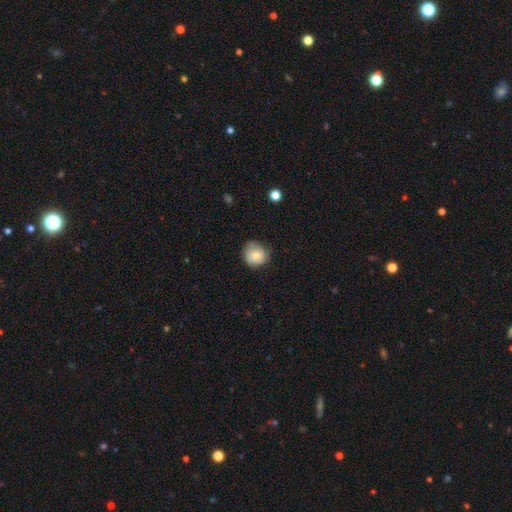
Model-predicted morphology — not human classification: Q: Smooth or featured?
A: smooth (76%); runner-up: featured or disk (16%)
Q: How rounded?
A: round (90%); runner-up: in between (9%)
Q: Merging?
A: none (68%); runner-up: minor disturbance (25%)